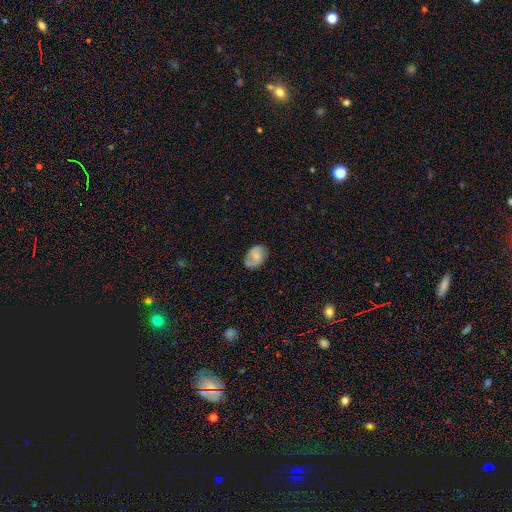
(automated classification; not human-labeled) Smooth or featured: smooth — 66% (featured or disk — 26%)
How rounded: in between — 77% (round — 21%)
Merging: none — 68% (minor disturbance — 24%)